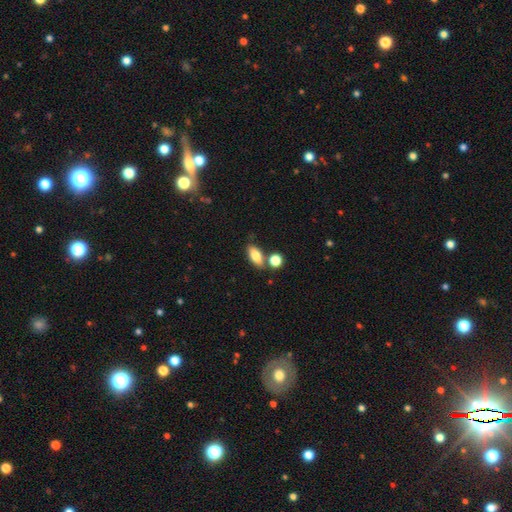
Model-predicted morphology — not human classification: A smooth galaxy with no disk features (80%) that is in between round and cigar-shaped (81%).

Vote fractions:
- Smooth or featured? smooth: 80% / featured or disk: 12% / star or artifact: 8%
- How rounded? in between: 81% / cigar-shaped: 12% / round: 6%
- Merging? none: 69% / merger: 15% / minor disturbance: 12% / major disturbance: 4%